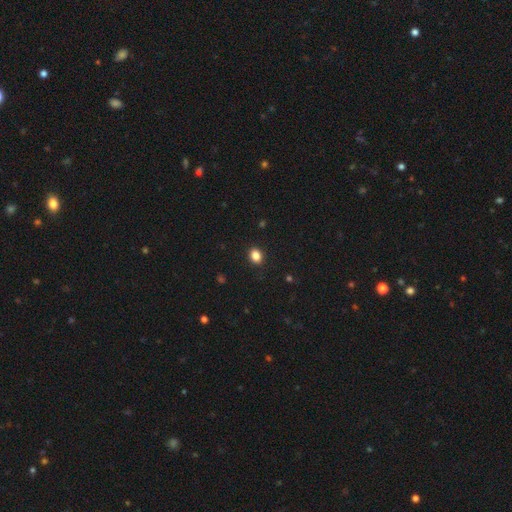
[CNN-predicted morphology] The model was most divided on "how rounded": in between: 55%, round: 44%, cigar-shaped: 1%. More confident: merging — none (90%); smooth or featured — smooth (86%).